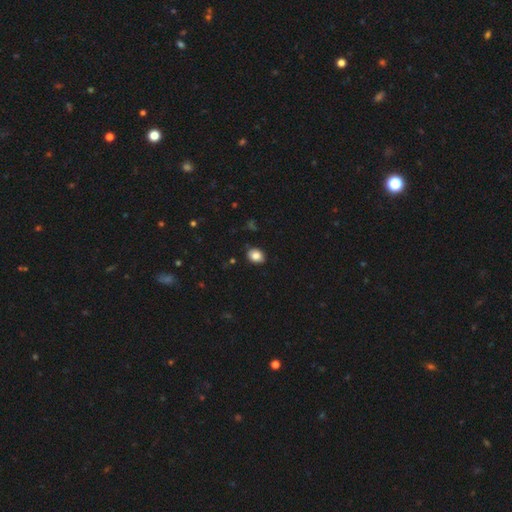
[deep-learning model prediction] A smooth galaxy with no disk features (84%) that is in between round and cigar-shaped (58%).

Vote fractions:
- Smooth or featured? smooth: 84% / star or artifact: 9% / featured or disk: 7%
- How rounded? in between: 58% / round: 41% / cigar-shaped: 1%
- Merging? none: 86% / minor disturbance: 11% / major disturbance: 2% / merger: 1%